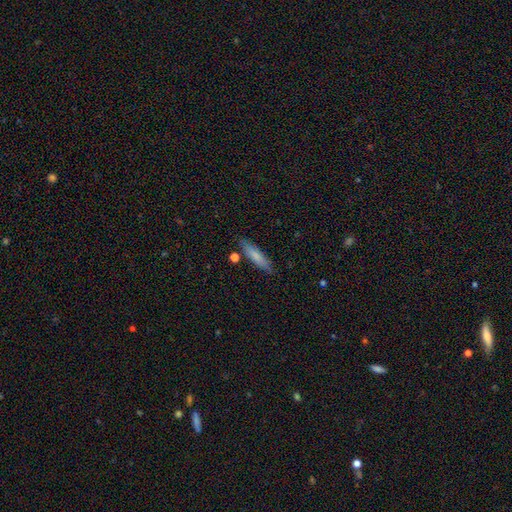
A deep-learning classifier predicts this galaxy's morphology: A smooth galaxy with no disk features (75%) that is cigar-shaped (79%). Merging: none (82%).